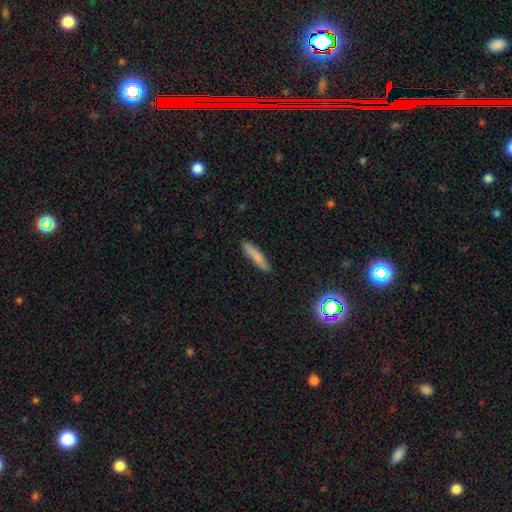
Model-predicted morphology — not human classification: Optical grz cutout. It shows a smooth galaxy with no disk features (78%) that is cigar-shaped (86%). Merging: none (85%).